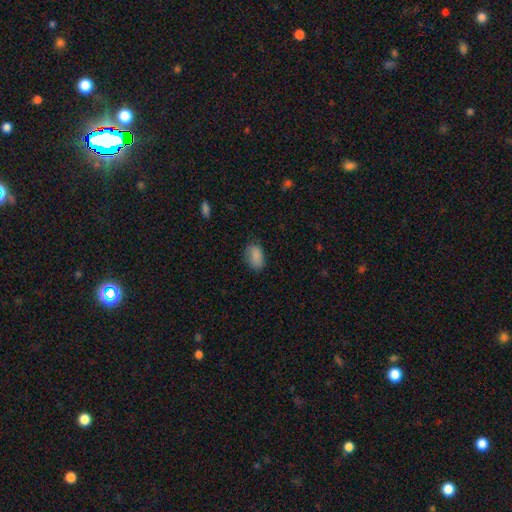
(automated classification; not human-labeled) This is clearly a smooth galaxy (86%). How rounded: clearly in between (91%). Merging: likely none (69%).